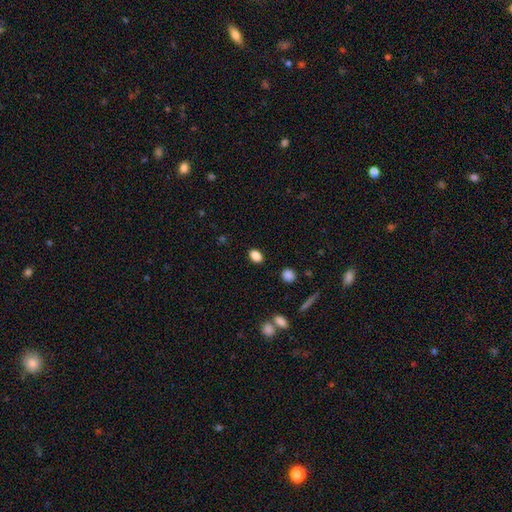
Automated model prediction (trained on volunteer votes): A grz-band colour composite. It shows a smooth galaxy with no disk features (86%) that is in between round and cigar-shaped (80%). Merging: none (87%).